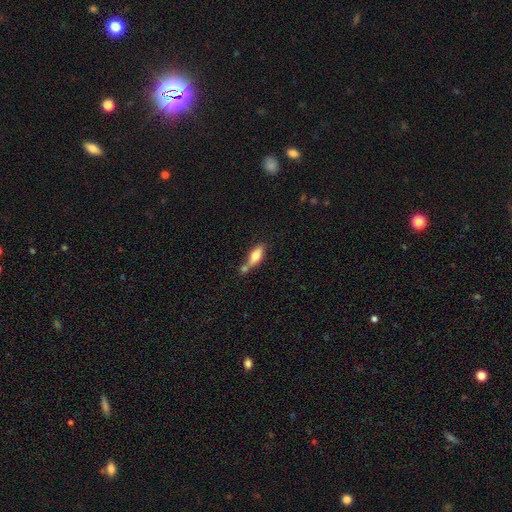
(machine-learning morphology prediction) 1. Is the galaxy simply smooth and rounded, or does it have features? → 65% smooth, 28% featured or disk, 7% star or artifact.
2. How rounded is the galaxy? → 67% in between, 29% cigar-shaped, 4% round.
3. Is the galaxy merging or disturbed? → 46% none, 34% merger, 15% minor disturbance, 5% major disturbance.